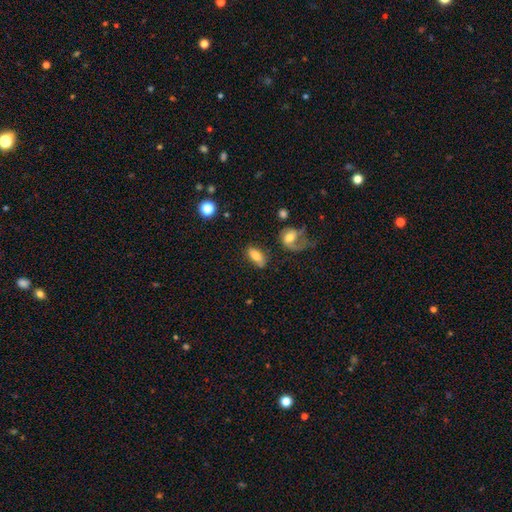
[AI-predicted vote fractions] The model was most divided on "merging": none: 63%, minor disturbance: 19%, major disturbance: 9%, merger: 9%. More confident: how rounded — in between (87%); smooth or featured — smooth (75%).